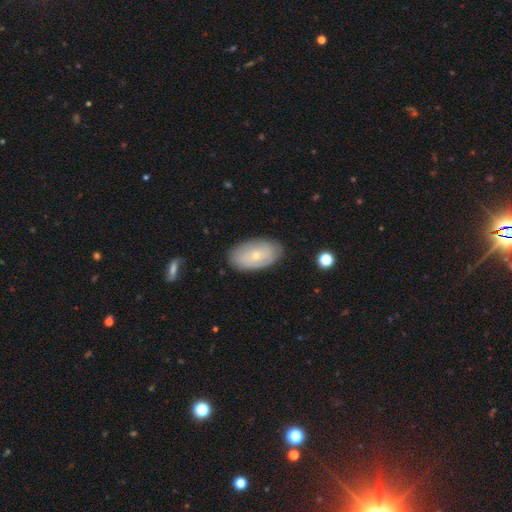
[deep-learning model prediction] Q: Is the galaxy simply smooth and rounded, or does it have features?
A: smooth — 50%.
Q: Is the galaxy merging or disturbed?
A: none — 83%.